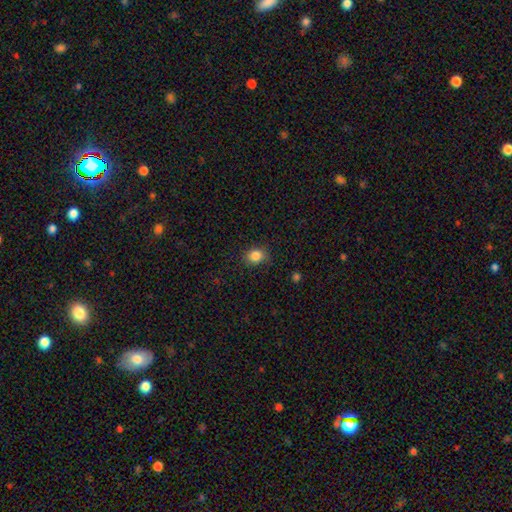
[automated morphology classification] This is clearly a smooth galaxy (84%). How rounded: likely round (64%). Merging: clearly none (81%).